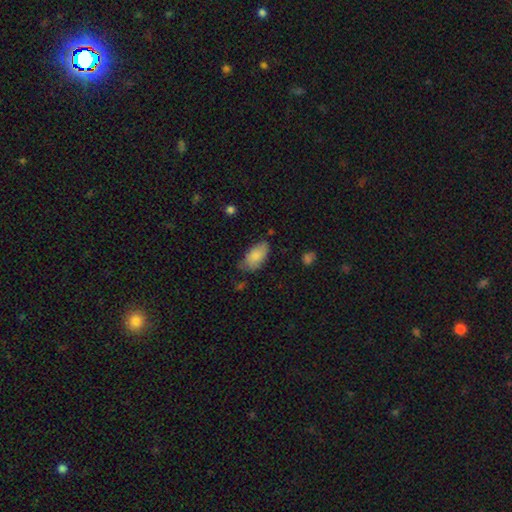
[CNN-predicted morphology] This is clearly a smooth galaxy (83%). How rounded: clearly in between (94%). Merging: likely none (60%).